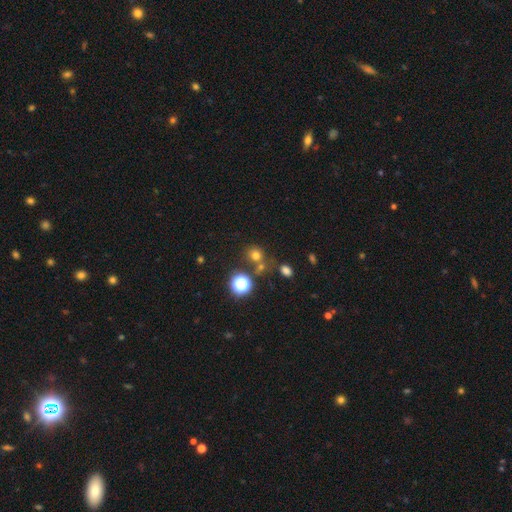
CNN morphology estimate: This is likely a smooth galaxy (66%). How rounded: clearly round (82%). Merging: likely none (66%).